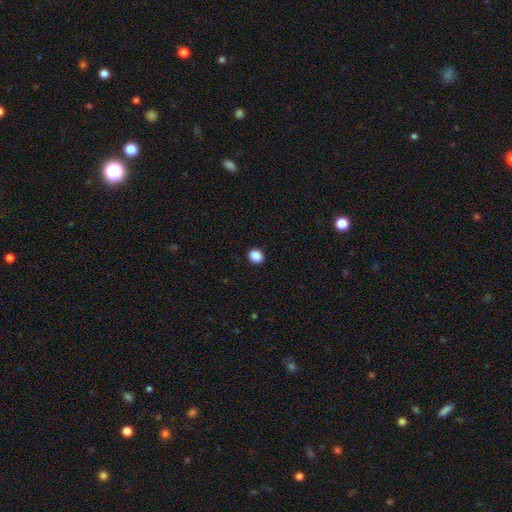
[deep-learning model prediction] Smooth or featured? smooth (89%)
How rounded? round (70%)
Merging? none (92%)